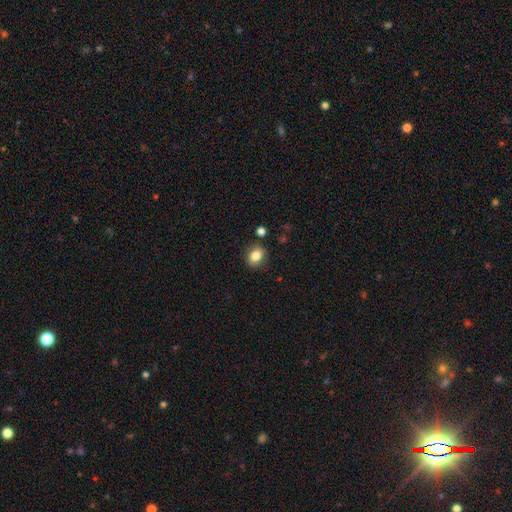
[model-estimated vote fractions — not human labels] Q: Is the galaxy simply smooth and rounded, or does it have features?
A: smooth — 83%.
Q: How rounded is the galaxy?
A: in between — 53%.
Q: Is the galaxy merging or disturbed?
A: none — 84%.